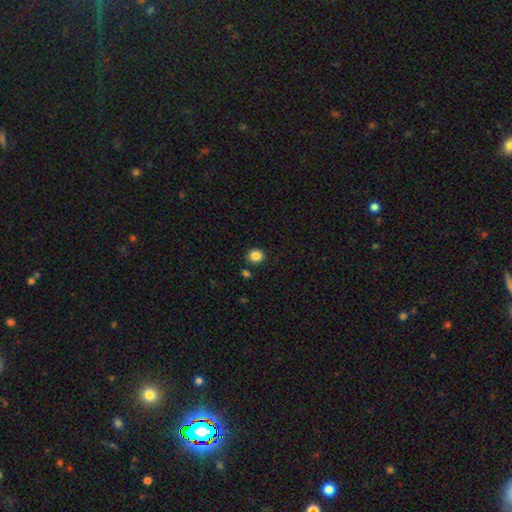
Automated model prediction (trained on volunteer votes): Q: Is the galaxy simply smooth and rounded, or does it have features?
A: smooth — 86%.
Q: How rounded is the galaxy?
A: round — 77%.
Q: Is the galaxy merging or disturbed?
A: none — 85%.